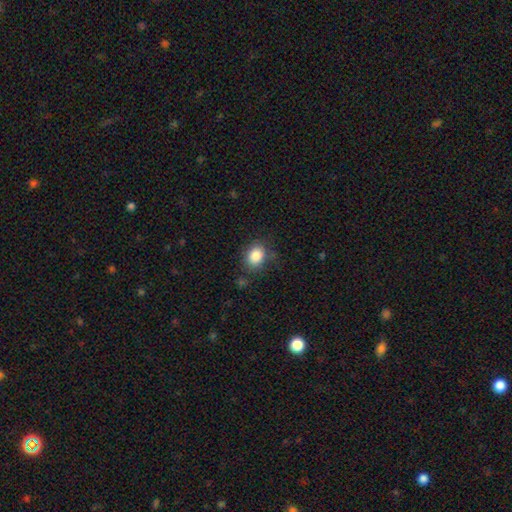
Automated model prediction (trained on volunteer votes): A smooth galaxy with no disk features (85%) that is in between round and cigar-shaped (52%). Merging: none (74%).